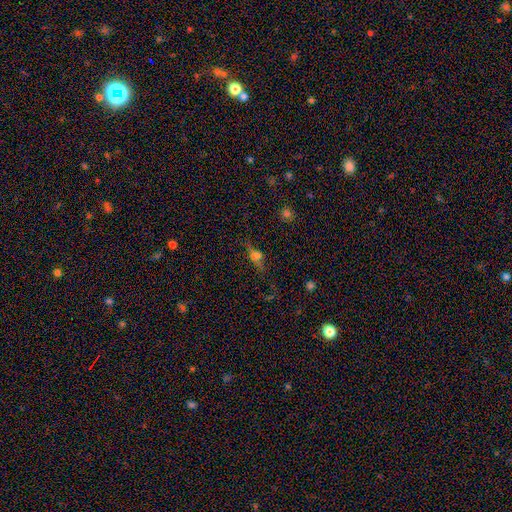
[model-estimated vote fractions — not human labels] smooth-or-featured: smooth: 35% | featured or disk: 33% | star or artifact: 32%
  merging: none: 69% | minor disturbance: 16% | major disturbance: 9% | merger: 6%